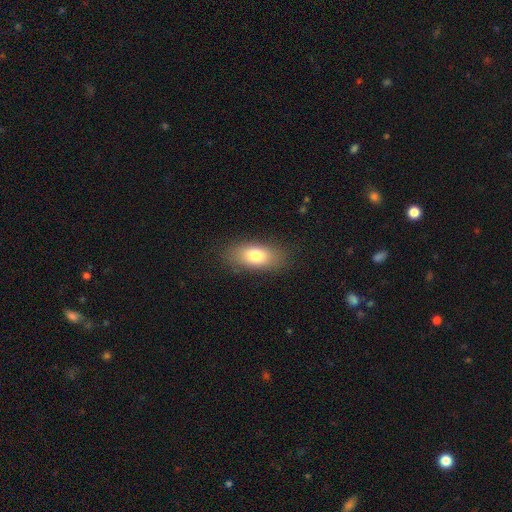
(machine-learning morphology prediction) smooth-or-featured: smooth: 77% | featured or disk: 15% | star or artifact: 8%
  how-rounded: in between: 85% | cigar-shaped: 9% | round: 6%
  merging: none: 84% | minor disturbance: 11% | major disturbance: 4% | merger: 1%